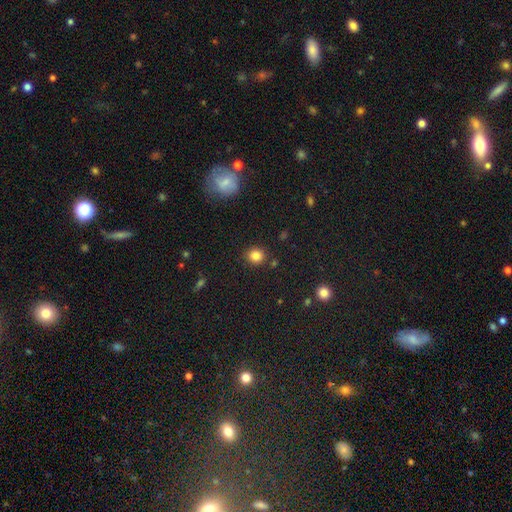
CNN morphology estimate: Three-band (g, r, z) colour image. It shows a smooth galaxy with no disk features (83%) that is round (84%). Merging: none (86%).